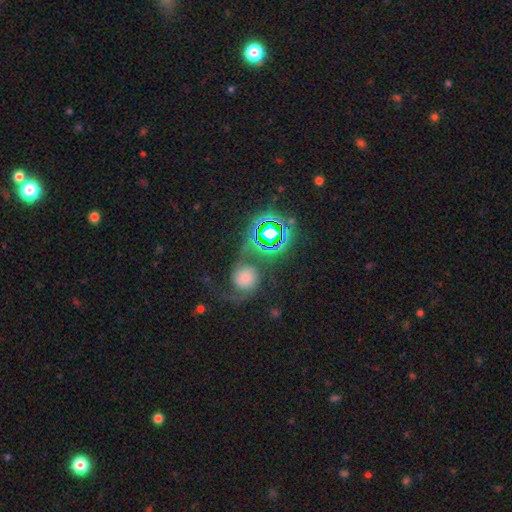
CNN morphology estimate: smooth_or_featured: featured or disk (p=0.38) [alt: star or artifact p=0.33]
merging: none (p=0.45) [alt: merger p=0.32]